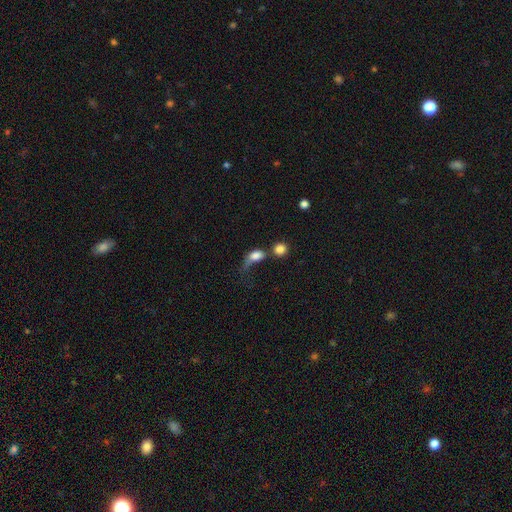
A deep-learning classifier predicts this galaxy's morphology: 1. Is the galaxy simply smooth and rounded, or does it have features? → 73% smooth, 16% featured or disk, 10% star or artifact.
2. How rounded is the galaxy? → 62% in between, 34% round, 5% cigar-shaped.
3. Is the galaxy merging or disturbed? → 33% major disturbance (tied), 33% merger (tied), 19% none, 15% minor disturbance.